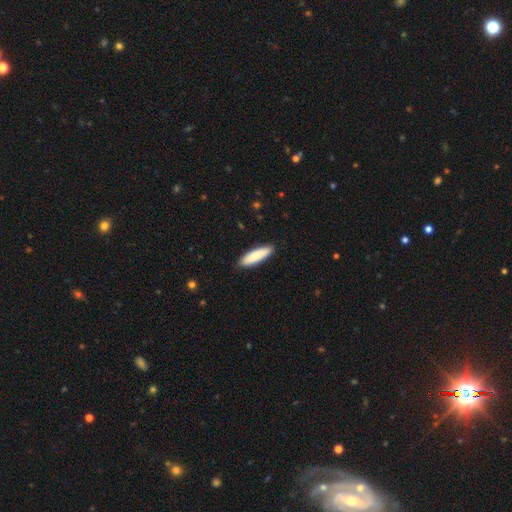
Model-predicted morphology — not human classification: A smooth galaxy with no disk features (87%) that is cigar-shaped (64%). Merging: none (89%).